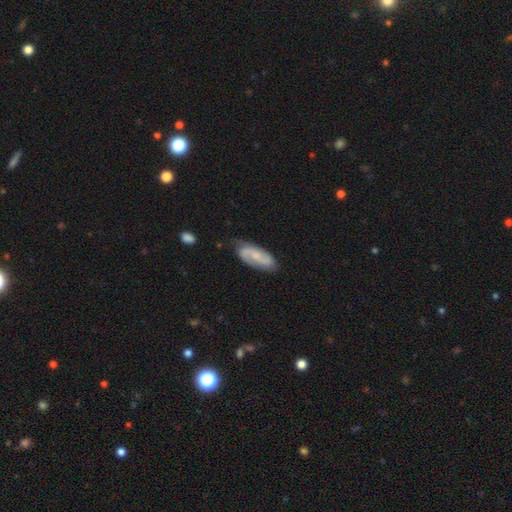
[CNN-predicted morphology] Smooth or featured: featured or disk — 69% (smooth — 25%)
Edge-on disk: no — 93% (yes — 7%)
Bar: no — 45% (weak — 41%)
Spiral arms: yes — 93% (no — 7%)
Spiral winding: medium — 45% (loose — 29%)
Spiral arm count: 2 — 84% (can't tell — 8%)
Bulge size: small — 56% (moderate — 24%)
Merging: none — 73% (minor disturbance — 20%)